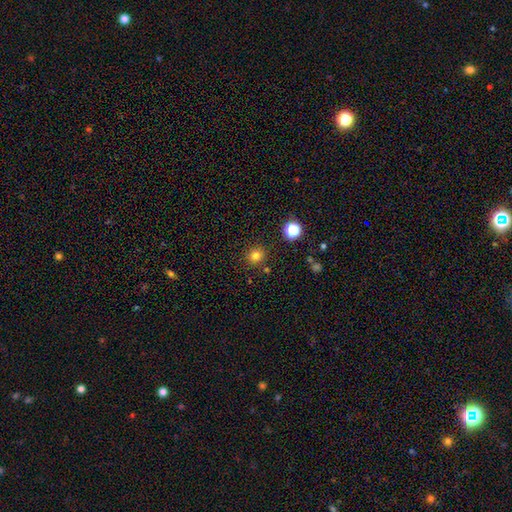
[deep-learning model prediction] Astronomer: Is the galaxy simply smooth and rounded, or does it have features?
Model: smooth — 80%.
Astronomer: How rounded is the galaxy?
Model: round — 91%.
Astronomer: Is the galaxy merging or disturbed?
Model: none — 87%.